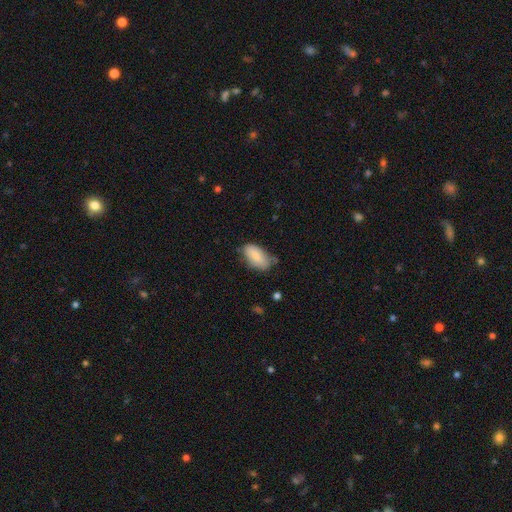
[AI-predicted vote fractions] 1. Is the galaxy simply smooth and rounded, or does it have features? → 82% smooth, 12% featured or disk, 7% star or artifact.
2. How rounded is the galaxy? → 93% in between, 4% cigar-shaped, 3% round.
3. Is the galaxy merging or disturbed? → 57% none, 33% minor disturbance, 7% major disturbance, 3% merger.